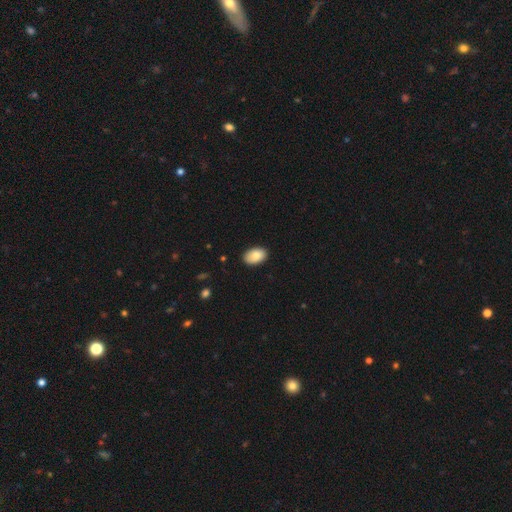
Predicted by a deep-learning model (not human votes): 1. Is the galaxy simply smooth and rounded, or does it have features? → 83% smooth, 10% featured or disk, 7% star or artifact.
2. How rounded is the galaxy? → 91% in between, 8% round, 1% cigar-shaped.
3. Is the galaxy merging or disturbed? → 88% none, 9% minor disturbance, 2% major disturbance, 1% merger.